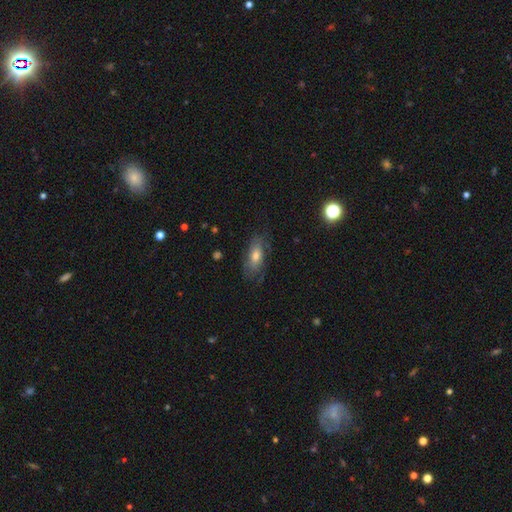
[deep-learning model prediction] A smooth galaxy with no disk features (50%).

Vote fractions:
- Smooth or featured? smooth: 50% / featured or disk: 40% / star or artifact: 11%
- Merging? none: 72% / minor disturbance: 19% / major disturbance: 8% / merger: 1%